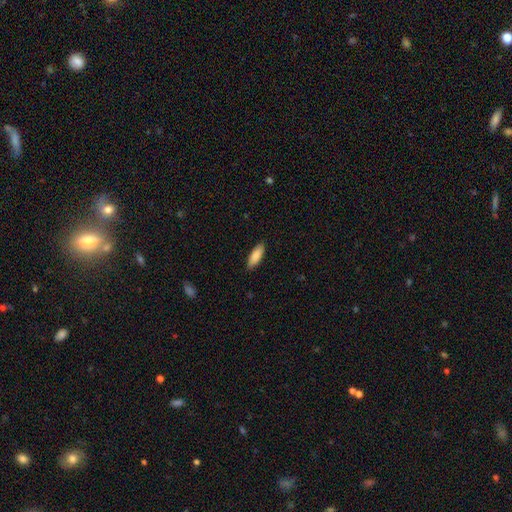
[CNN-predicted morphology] Q: Smooth or featured?
A: smooth (87%); runner-up: featured or disk (7%)
Q: How rounded?
A: in between (62%); runner-up: cigar-shaped (36%)
Q: Merging?
A: none (88%); runner-up: minor disturbance (9%)